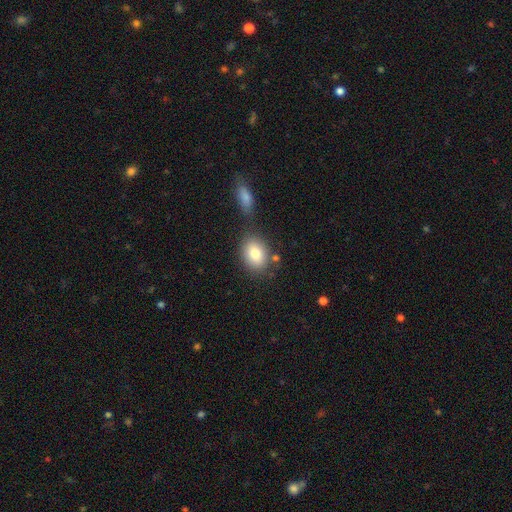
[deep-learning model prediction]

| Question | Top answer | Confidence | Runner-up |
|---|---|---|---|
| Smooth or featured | smooth | 83% | featured or disk (10%) |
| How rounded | in between | 73% | round (26%) |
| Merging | none | 70% | minor disturbance (13%) |